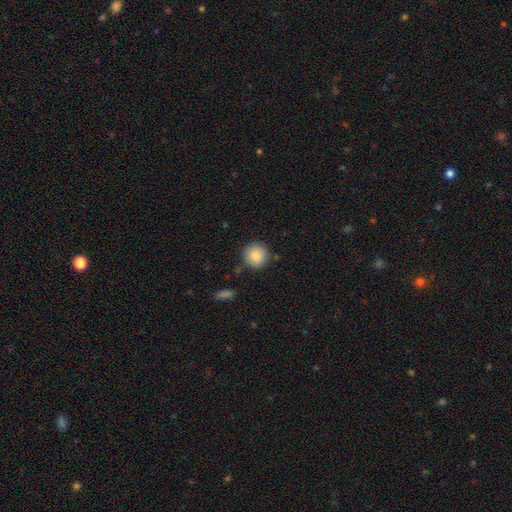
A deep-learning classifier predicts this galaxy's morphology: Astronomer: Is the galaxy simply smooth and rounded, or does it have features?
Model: smooth — 86%.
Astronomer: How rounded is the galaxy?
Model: round — 92%.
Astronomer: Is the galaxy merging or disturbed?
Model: none — 84%.